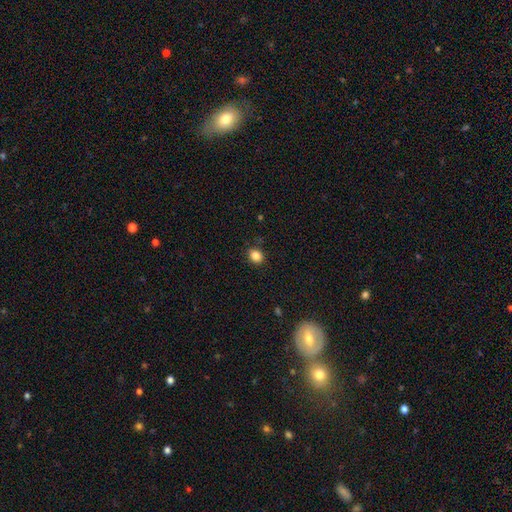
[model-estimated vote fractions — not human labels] Smooth or featured? Predicted: smooth (p=0.85). How rounded? Predicted: round (p=0.62). Merging? Predicted: none (p=0.88).